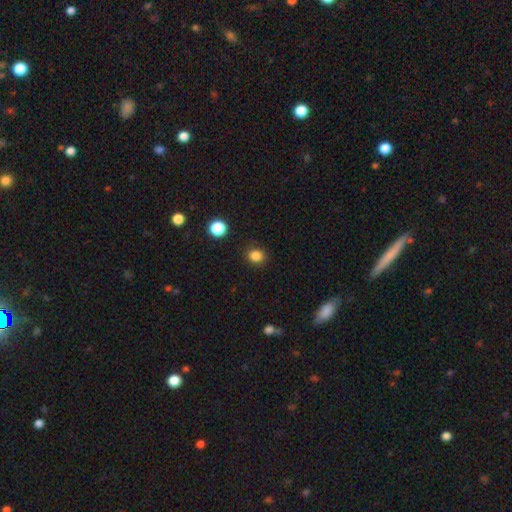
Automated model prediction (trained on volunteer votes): Smooth or featured: smooth — 85% (star or artifact — 12%)
How rounded: round — 61% (in between — 38%)
Merging: none — 86% (minor disturbance — 9%)